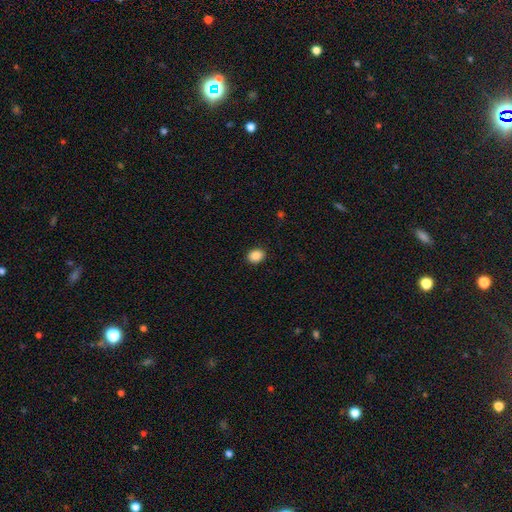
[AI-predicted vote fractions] A smooth galaxy with no disk features (89%) that is in between round and cigar-shaped (60%).

Vote fractions:
- Smooth or featured? smooth: 89% / star or artifact: 8% / featured or disk: 3%
- How rounded? in between: 60% / round: 39% / cigar-shaped: 1%
- Merging? none: 89% / minor disturbance: 8% / major disturbance: 2% / merger: 1%